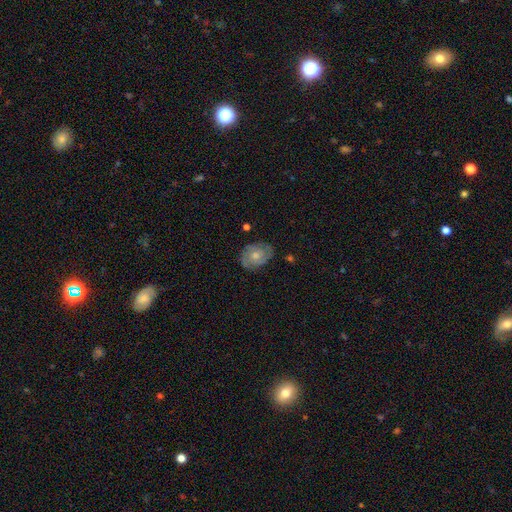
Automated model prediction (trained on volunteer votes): Q: Smooth or featured?
A: featured or disk (60%); runner-up: smooth (34%)
Q: Edge-on disk?
A: no (97%); runner-up: yes (3%)
Q: Bar?
A: no (80%); runner-up: weak (18%)
Q: Spiral arms?
A: yes (79%); runner-up: no (21%)
Q: Bulge size?
A: moderate (58%); runner-up: small (32%)
Q: Merging?
A: none (75%); runner-up: minor disturbance (19%)